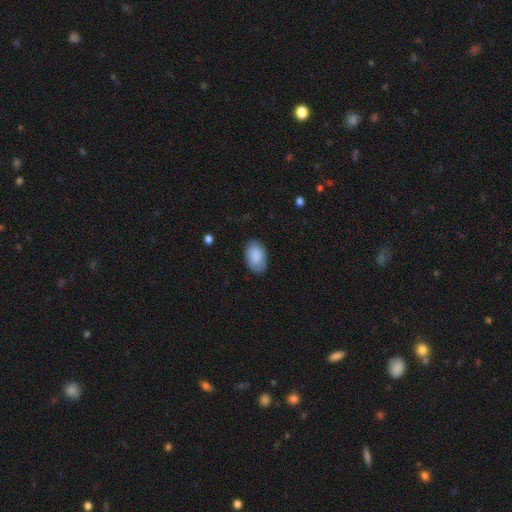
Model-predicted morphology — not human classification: Smooth or featured? smooth (88%)
How rounded? in between (93%)
Merging? none (83%)